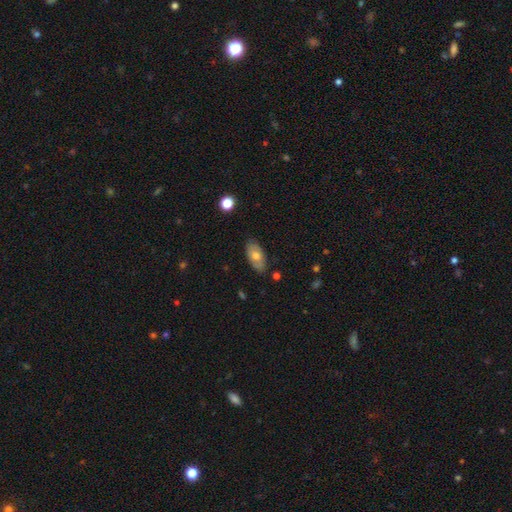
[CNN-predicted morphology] type=smooth (64%); roundness=in between (92%); merging=none (82%).